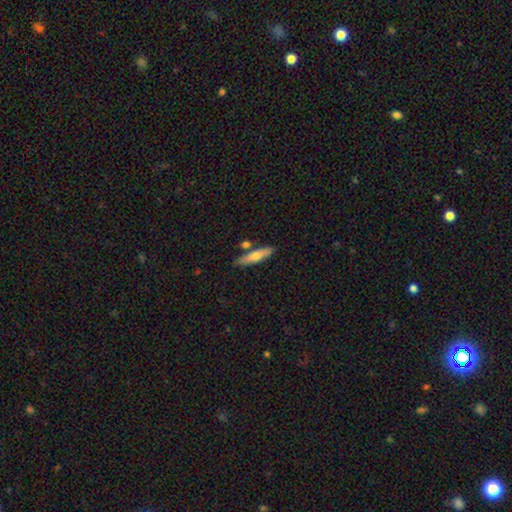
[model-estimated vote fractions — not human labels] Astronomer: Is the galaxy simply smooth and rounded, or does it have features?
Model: smooth — 61%.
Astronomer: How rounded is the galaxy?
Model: cigar-shaped — 80%.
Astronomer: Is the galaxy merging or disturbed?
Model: none — 78%.